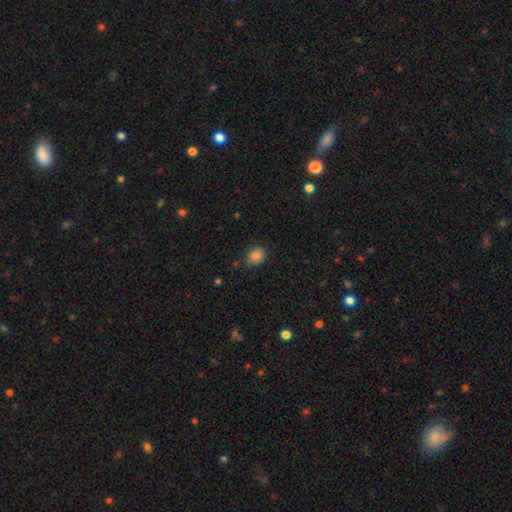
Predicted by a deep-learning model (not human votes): Q: Smooth or featured?
A: smooth (83%); runner-up: star or artifact (11%)
Q: How rounded?
A: round (54%); runner-up: in between (45%)
Q: Merging?
A: none (72%); runner-up: minor disturbance (21%)